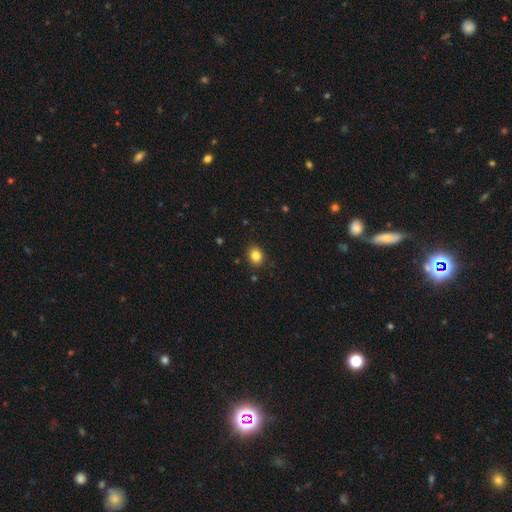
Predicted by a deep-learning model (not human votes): Smooth or featured: smooth — 84% (star or artifact — 11%)
How rounded: round — 60% (in between — 39%)
Merging: none — 88% (minor disturbance — 9%)